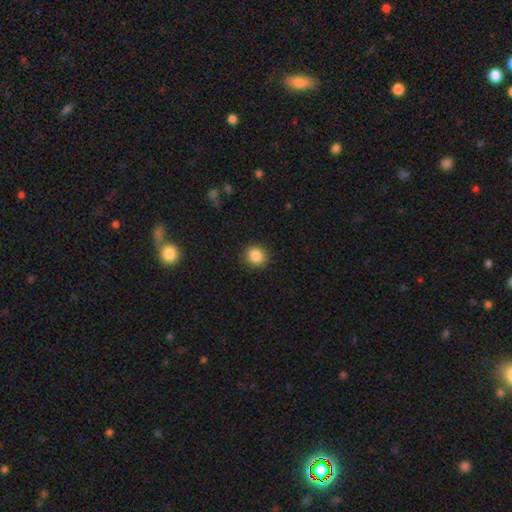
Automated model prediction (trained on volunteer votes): The model was most divided on "how rounded": round: 87%, in between: 12%, cigar-shaped: 1%. More confident: merging — none (89%); smooth or featured — smooth (86%).